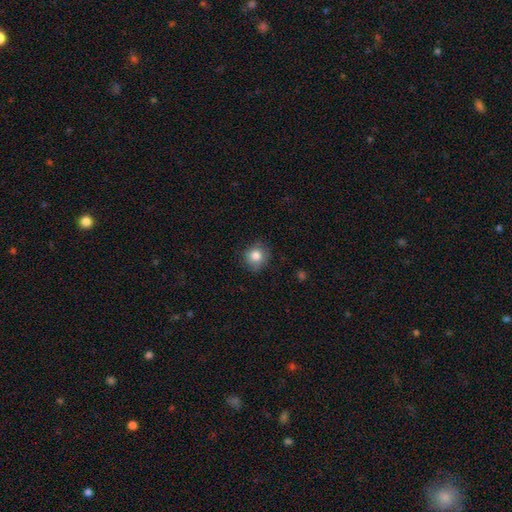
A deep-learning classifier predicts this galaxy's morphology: The model was most divided on "merging": none: 82%, minor disturbance: 14%, major disturbance: 3%, merger: 1%. More confident: how rounded — round (84%); smooth or featured — smooth (83%).